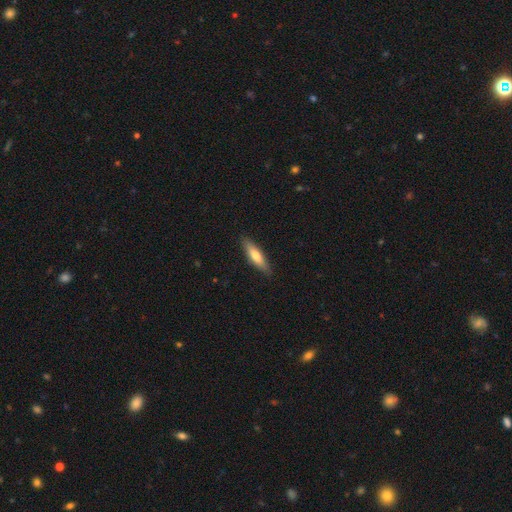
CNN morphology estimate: Smooth or featured?
  - smooth: 66% *
  - featured or disk: 29%
  - star or artifact: 5%
How rounded?
  - cigar-shaped: 69% *
  - in between: 29%
  - round: 2%
Merging?
  - none: 87% *
  - minor disturbance: 10%
  - major disturbance: 2%
  - merger: 1%